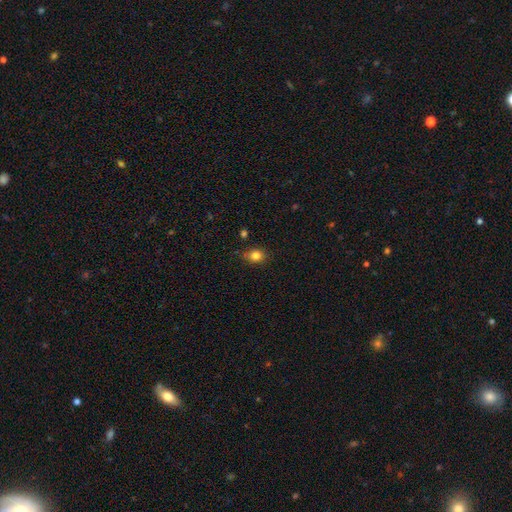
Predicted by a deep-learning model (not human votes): A smooth galaxy with no disk features (83%) that is round (62%). Merging: none (80%).